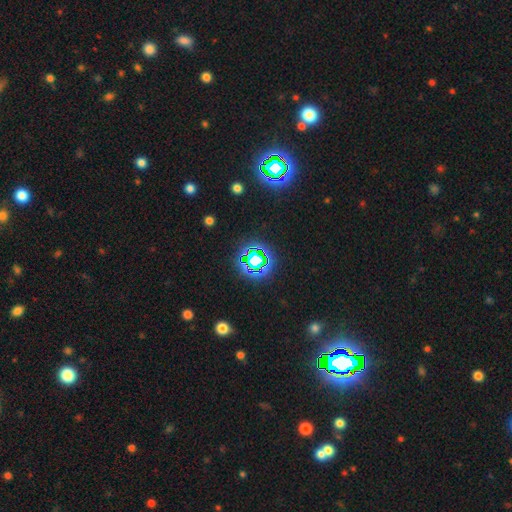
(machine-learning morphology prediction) A star or artifact, not a galaxy (78%).